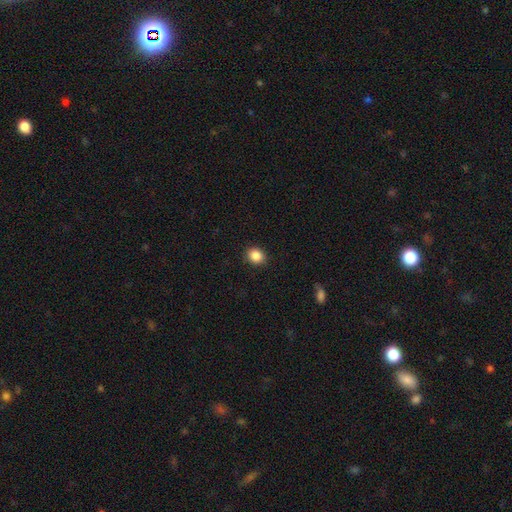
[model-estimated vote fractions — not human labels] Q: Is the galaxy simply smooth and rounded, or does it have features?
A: smooth — 87%.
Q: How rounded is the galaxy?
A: round — 69%.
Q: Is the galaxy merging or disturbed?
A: none — 91%.